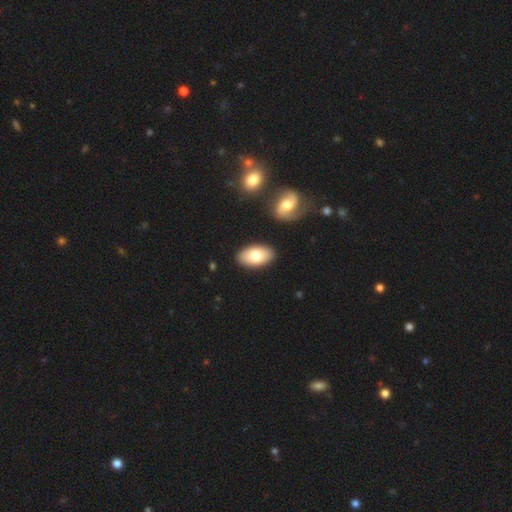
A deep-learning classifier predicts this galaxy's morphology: Overall: smooth (75%). How rounded: in between (94%). Merging: none (86%).